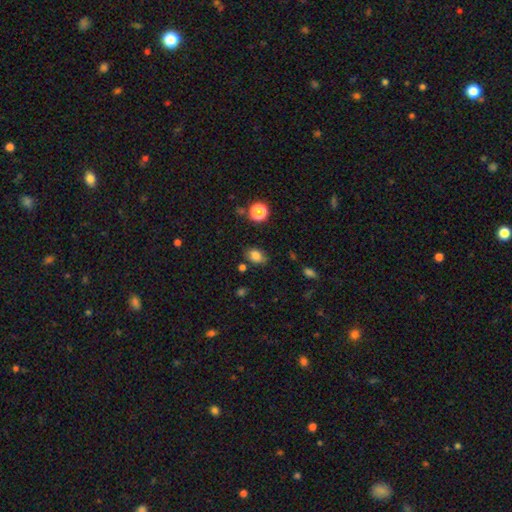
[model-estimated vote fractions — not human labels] Smooth or featured?
  - smooth: 81% *
  - star or artifact: 12%
  - featured or disk: 7%
How rounded?
  - in between: 74% *
  - round: 25%
  - cigar-shaped: 1%
Merging?
  - none: 76% *
  - minor disturbance: 16%
  - major disturbance: 4%
  - merger: 4%